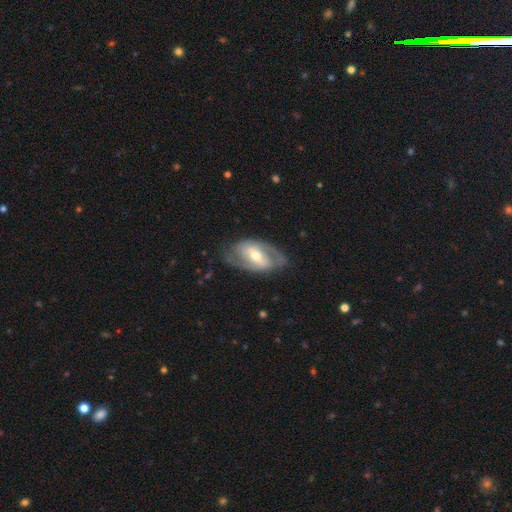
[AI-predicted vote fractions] This appears to be a featured or disk galaxy (81%) with a weak bar (39%, tied with strong), 2 (85%) medium (47%) spiral arms (86%) and a moderate central bulge (63%). Merging: none (76%).